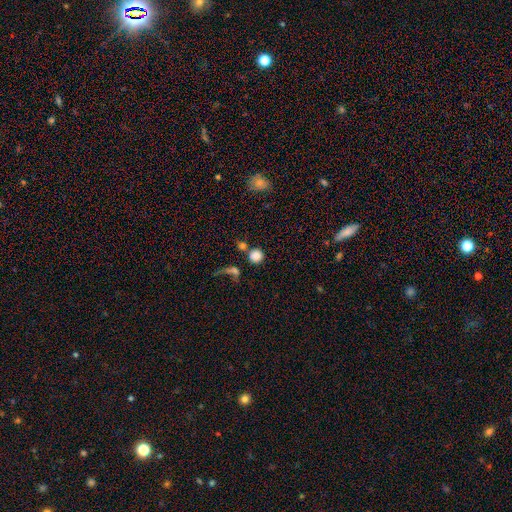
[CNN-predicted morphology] smooth_or_featured: smooth (p=0.81) [alt: star or artifact p=0.11]
how_rounded: round (p=0.92) [alt: in between p=0.07]
merging: none (p=0.62) [alt: merger p=0.22]